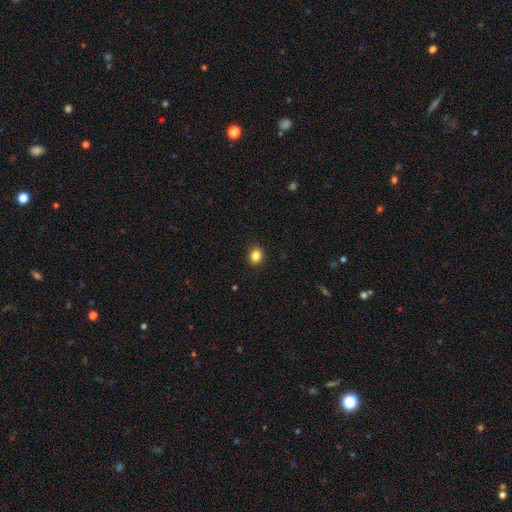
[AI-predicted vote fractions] This is clearly a smooth galaxy (84%). How rounded: likely round (72%). Merging: clearly none (91%).